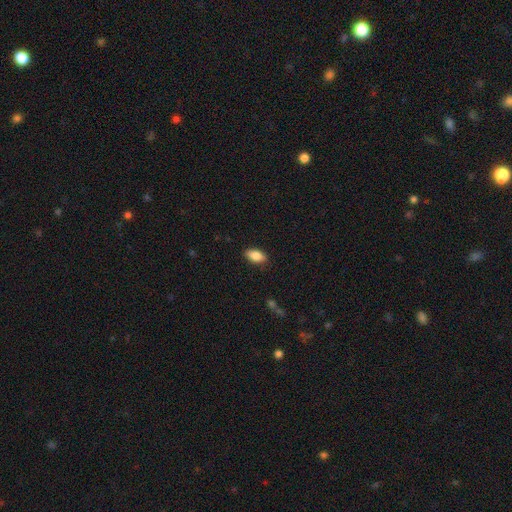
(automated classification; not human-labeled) Q: Smooth or featured?
A: smooth (85%); runner-up: featured or disk (8%)
Q: How rounded?
A: in between (91%); runner-up: cigar-shaped (6%)
Q: Merging?
A: none (87%); runner-up: minor disturbance (9%)